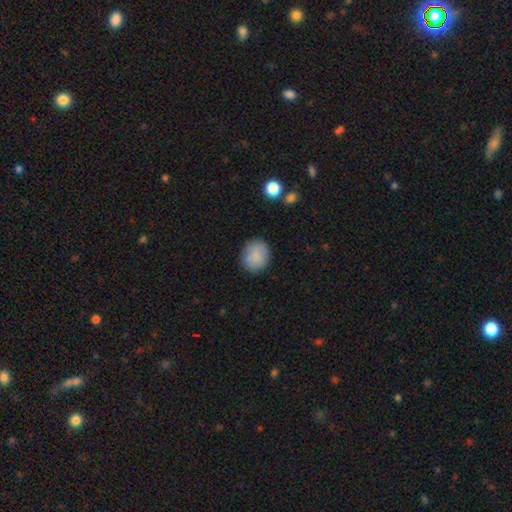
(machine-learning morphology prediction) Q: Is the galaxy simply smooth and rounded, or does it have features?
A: smooth — 85%.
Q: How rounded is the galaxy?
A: round — 74%.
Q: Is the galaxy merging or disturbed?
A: none — 82%.